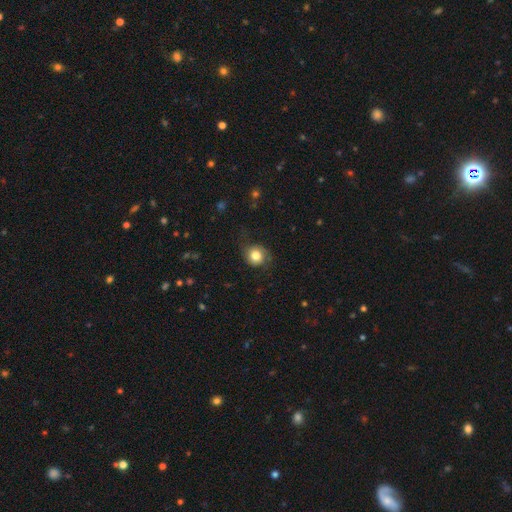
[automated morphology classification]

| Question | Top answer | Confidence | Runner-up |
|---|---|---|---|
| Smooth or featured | smooth | 73% | featured or disk (18%) |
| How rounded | round | 81% | in between (18%) |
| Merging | none | 63% | minor disturbance (23%) |